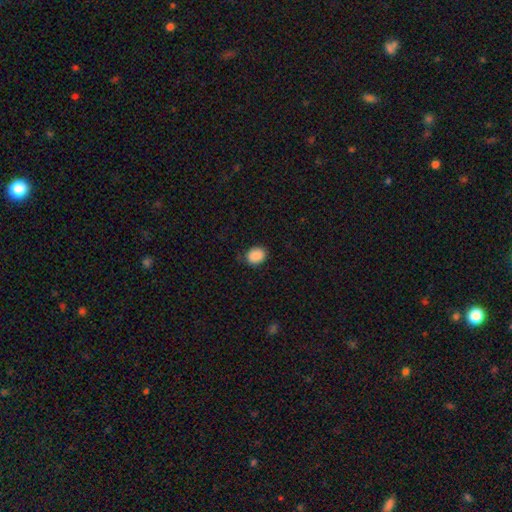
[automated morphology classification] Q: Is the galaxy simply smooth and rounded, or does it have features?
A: smooth — 89%.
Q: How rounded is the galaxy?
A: round — 55%.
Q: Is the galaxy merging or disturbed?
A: none — 80%.